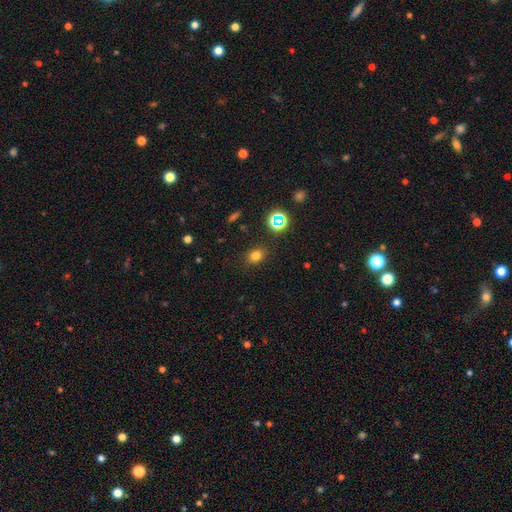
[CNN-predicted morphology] smooth 75%, star or artifact 18%, featured or disk 7%. Down the decision tree: how rounded — round (51%); merging — none (85%).